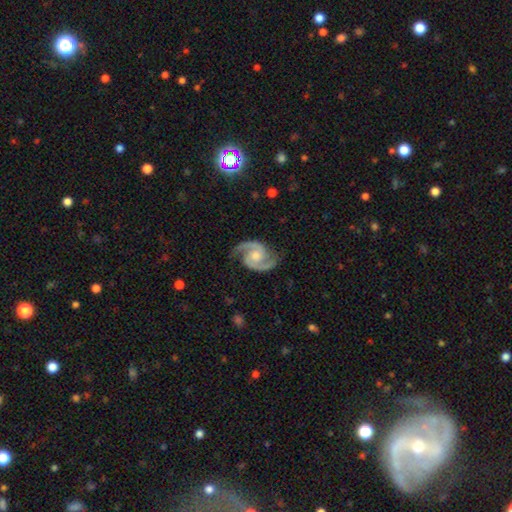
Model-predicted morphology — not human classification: This appears to be a featured or disk galaxy (93%) with no bar (61%), 2 (94%) medium (61%) spiral arms (98%) and a moderate central bulge (60%). Merging: none (82%).